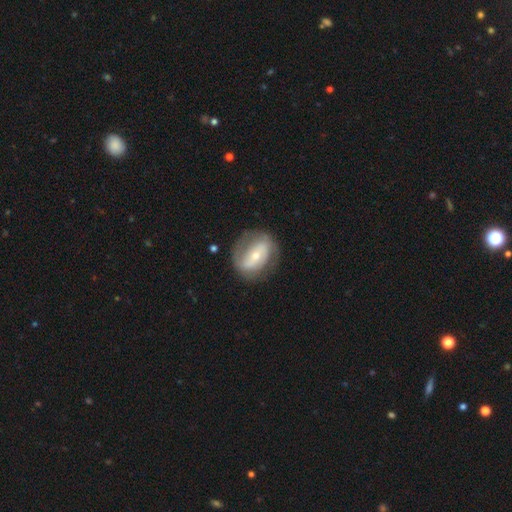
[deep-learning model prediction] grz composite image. It shows a featured or disk galaxy (67%) with no bar (35%), spiral arms (73%) and a small central bulge (55%). Merging: none (67%).